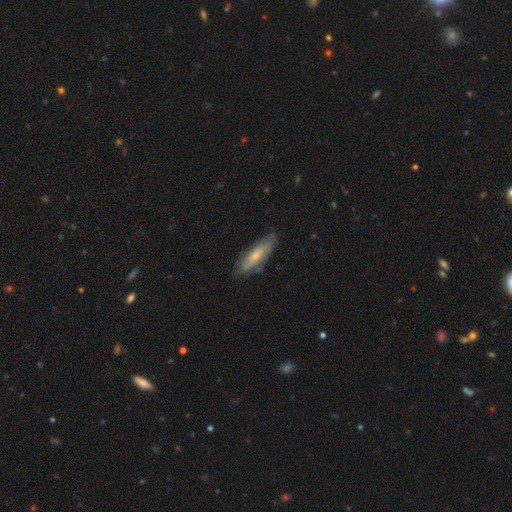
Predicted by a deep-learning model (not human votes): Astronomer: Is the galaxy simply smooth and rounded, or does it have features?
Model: smooth — 55% (runner-up: featured or disk, 39%).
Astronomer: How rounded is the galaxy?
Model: cigar-shaped — 59% (runner-up: in between, 40%).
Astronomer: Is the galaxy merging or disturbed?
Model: none — 77%.